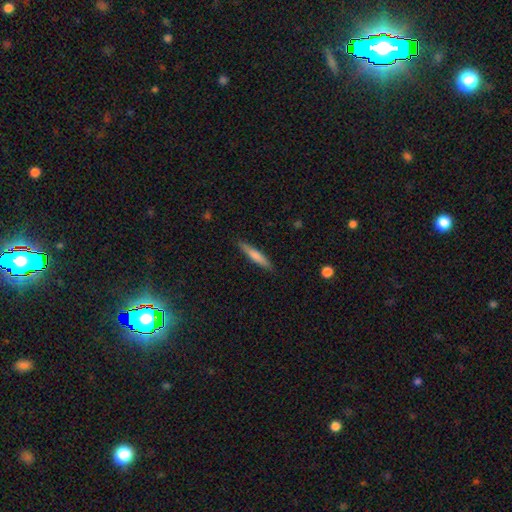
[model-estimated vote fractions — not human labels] Morphology: type=smooth (68%); roundness=cigar-shaped (91%); merging=none (87%).